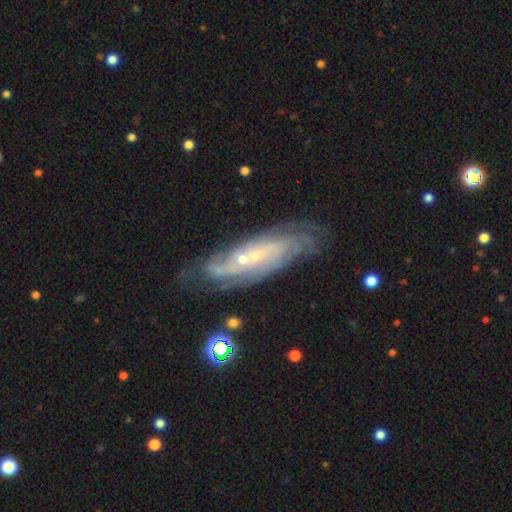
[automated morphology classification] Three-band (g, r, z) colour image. It shows a featured or disk galaxy (80%) with no bar (64%), tight (60%) spiral arms (91%) and a small central bulge (79%). Merging: none (67%).